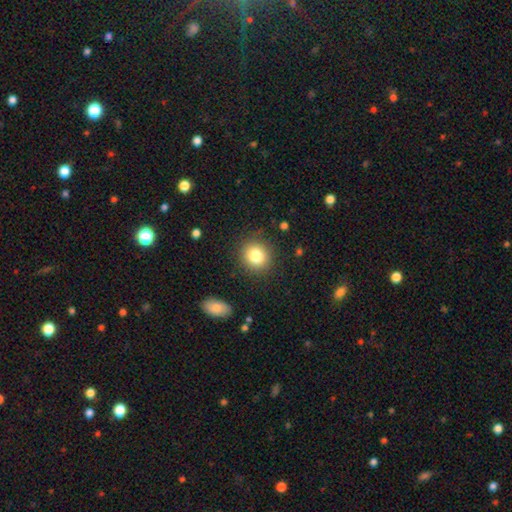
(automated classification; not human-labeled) Morphology: type=smooth (81%); roundness=round (86%); merging=none (88%).